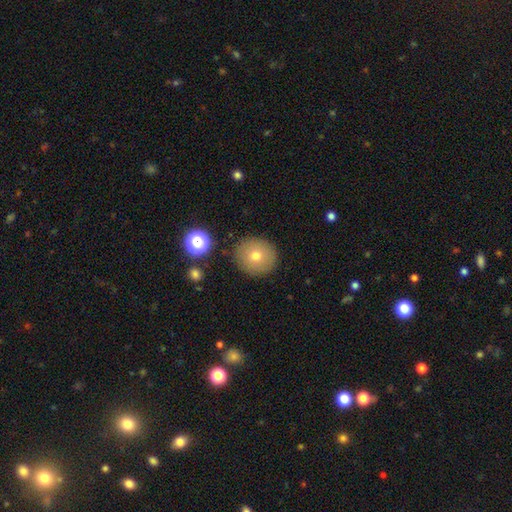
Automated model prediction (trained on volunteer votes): A smooth galaxy with no disk features (72%) that is round (89%). Merging: none (88%).